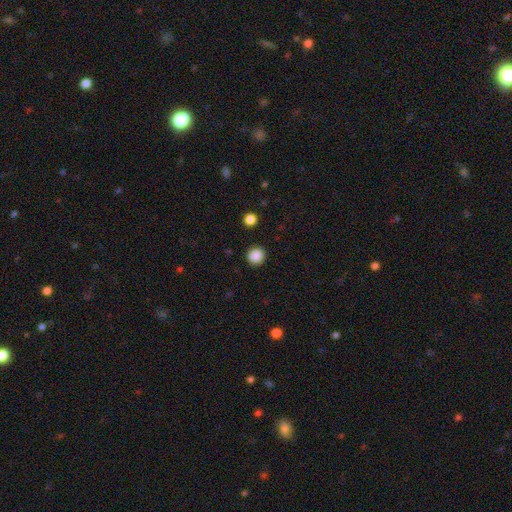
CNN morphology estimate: This appears to be a smooth galaxy with no disk features (88%) that is round (93%). Merging: none (91%).